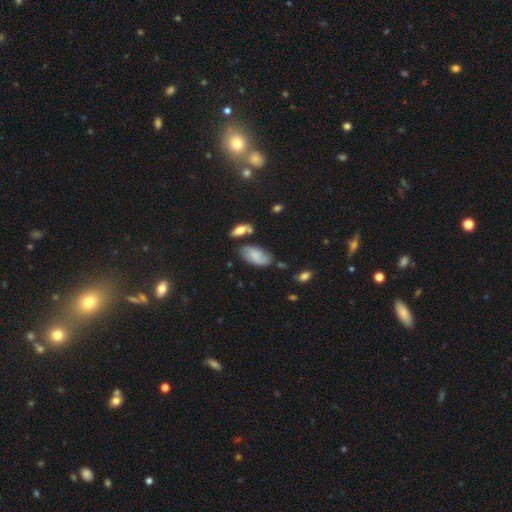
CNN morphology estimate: This appears to be a smooth galaxy with no disk features (61%) that is in between round and cigar-shaped (92%). Merging: none (65%).